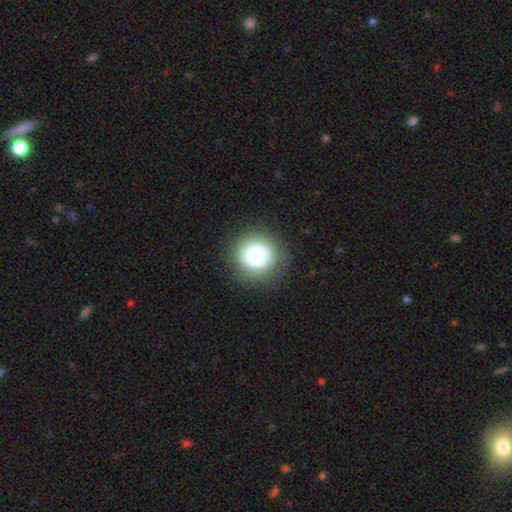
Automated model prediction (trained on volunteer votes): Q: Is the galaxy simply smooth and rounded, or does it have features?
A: smooth — 67%.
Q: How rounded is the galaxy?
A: round — 93%.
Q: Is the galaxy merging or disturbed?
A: none — 81%.